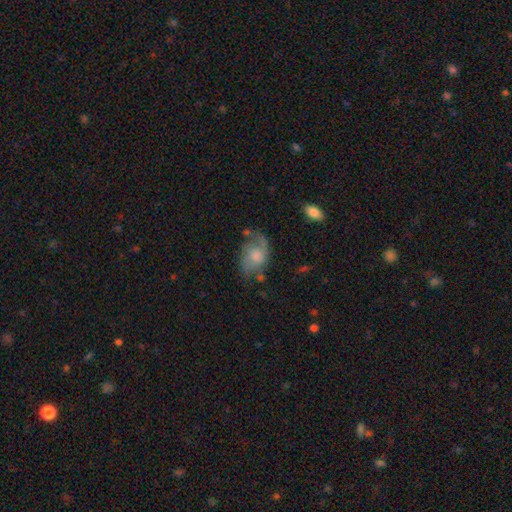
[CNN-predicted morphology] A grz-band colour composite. It shows a featured or disk galaxy (59%) with no bar (71%), spiral arms (82%) and a moderate central bulge (41%). Merging: none (48%).